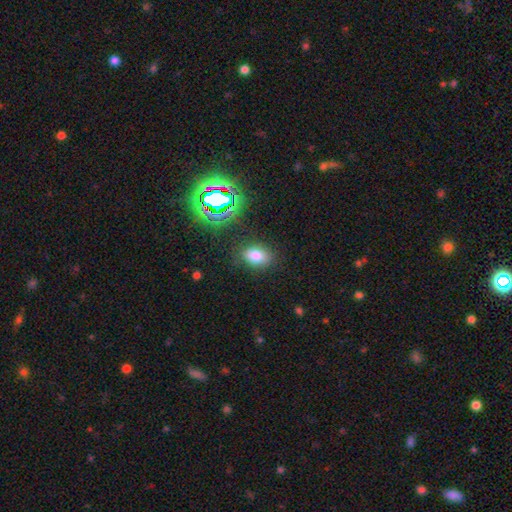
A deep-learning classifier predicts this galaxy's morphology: Smooth or featured?
  - smooth: 76% *
  - star or artifact: 16%
  - featured or disk: 8%
How rounded?
  - in between: 79% *
  - round: 19%
  - cigar-shaped: 1%
Merging?
  - none: 82% *
  - minor disturbance: 12%
  - major disturbance: 4%
  - merger: 2%